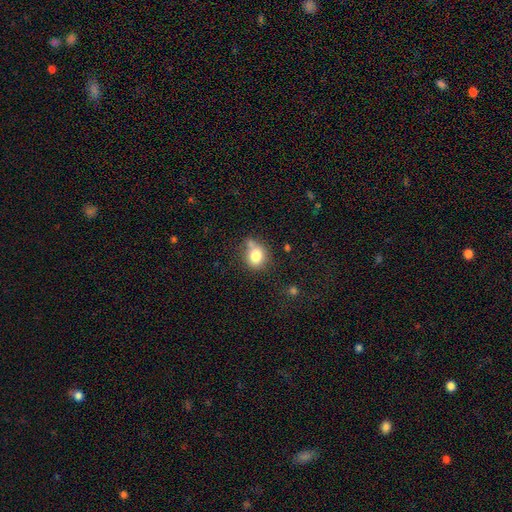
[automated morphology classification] smooth 79%, star or artifact 11%, featured or disk 10%. Down the decision tree: how rounded — round (67%); merging — none (54%).